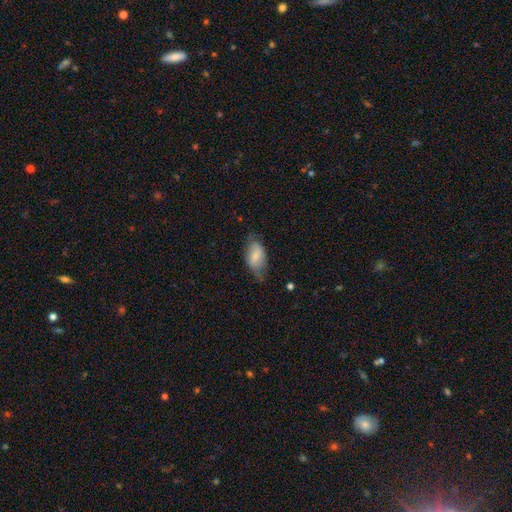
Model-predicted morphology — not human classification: Smooth or featured: smooth — 68% (featured or disk — 25%)
How rounded: in between — 91% (round — 5%)
Merging: none — 52% (minor disturbance — 34%)